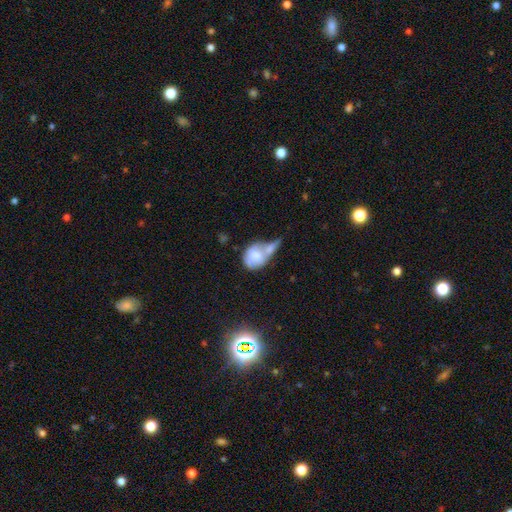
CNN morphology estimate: Q: Smooth or featured?
A: smooth (66%); runner-up: featured or disk (27%)
Q: How rounded?
A: in between (53%); runner-up: round (45%)
Q: Merging?
A: merger (54%); runner-up: none (18%)